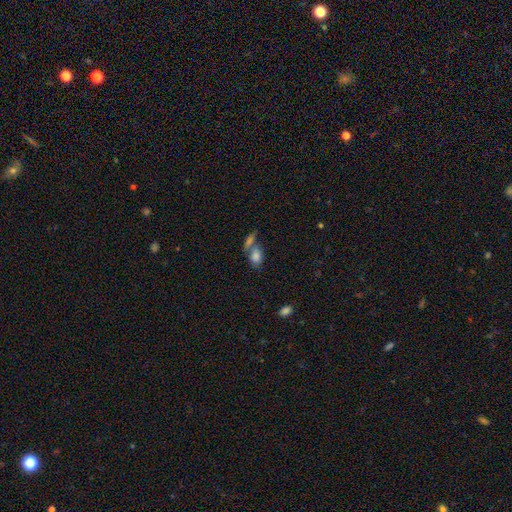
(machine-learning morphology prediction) type=smooth (80%); roundness=in between (83%); merging=merger (46%).